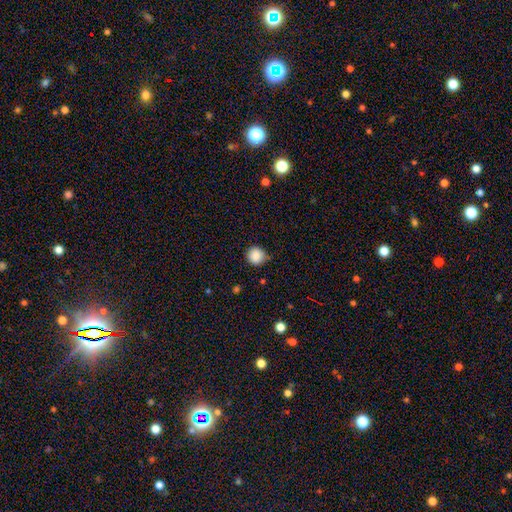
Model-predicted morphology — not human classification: Overall: smooth (87%). How rounded: round (92%). Merging: none (81%).